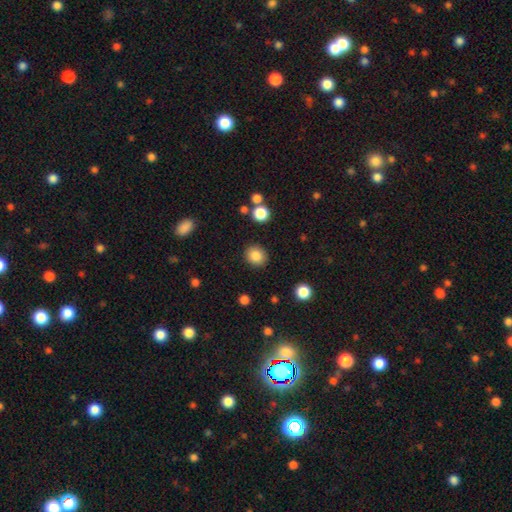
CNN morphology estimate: Smooth or featured: smooth — 86% (star or artifact — 9%)
How rounded: round — 77% (in between — 22%)
Merging: none — 88% (minor disturbance — 7%)